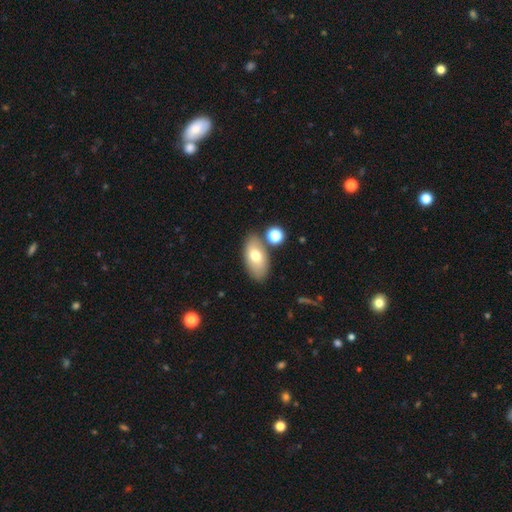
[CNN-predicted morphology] smooth-or-featured: smooth: 70% | featured or disk: 23% | star or artifact: 8%
  how-rounded: in between: 91% | round: 5% | cigar-shaped: 4%
  merging: none: 74% | minor disturbance: 12% | merger: 10% | major disturbance: 3%